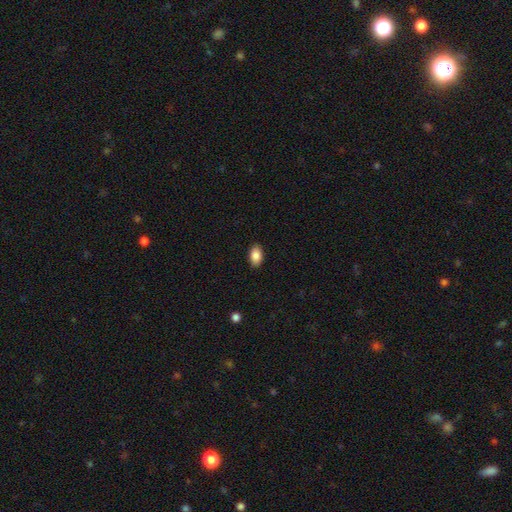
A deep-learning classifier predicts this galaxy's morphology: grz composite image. It shows a smooth galaxy with no disk features (87%) that is in between round and cigar-shaped (92%). Merging: none (90%).